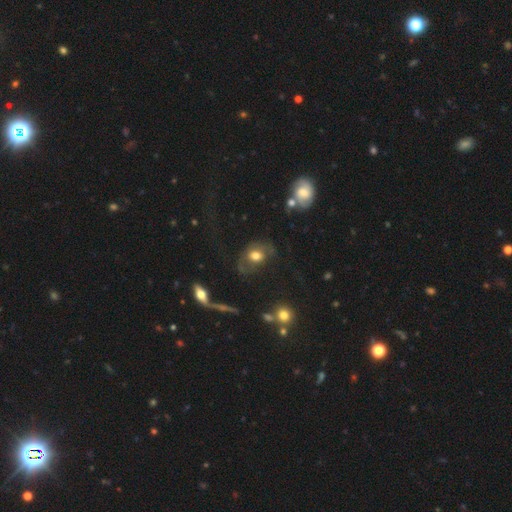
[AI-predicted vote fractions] The model was most divided on "how rounded": in between: 60%, round: 39%, cigar-shaped: 2%. Remaining: smooth or featured — smooth (57%); merging — none (49%).